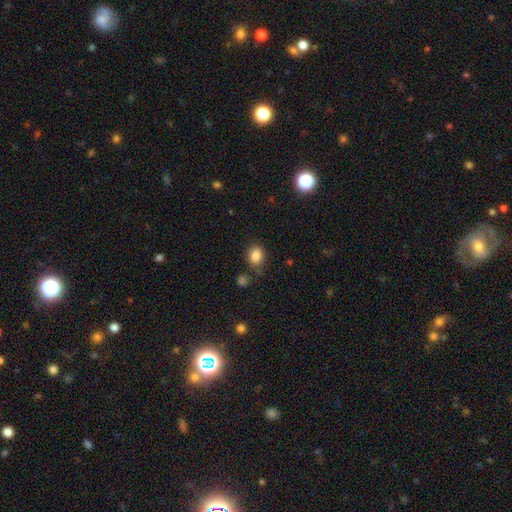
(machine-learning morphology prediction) This appears to be a smooth galaxy with no disk features (85%) that is in between round and cigar-shaped (51%). Merging: none (76%).